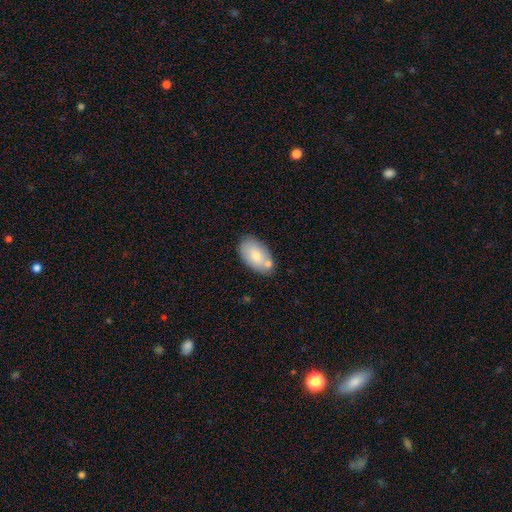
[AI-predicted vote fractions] Overall: smooth (74%). How rounded: in between (94%). Merging: none (69%).